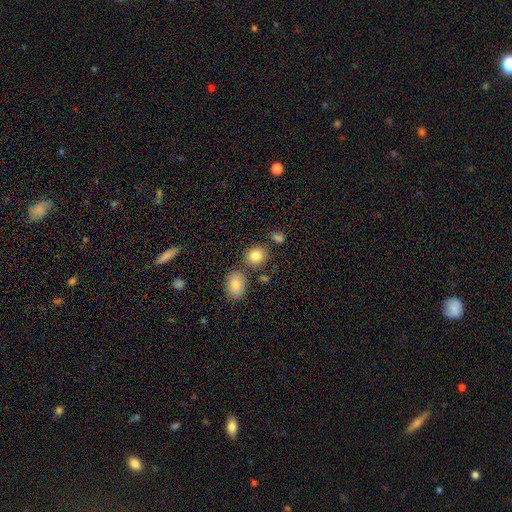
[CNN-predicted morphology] smooth 84%, star or artifact 10%, featured or disk 6%. Down the decision tree: how rounded — round (68%); merging — none (75%).